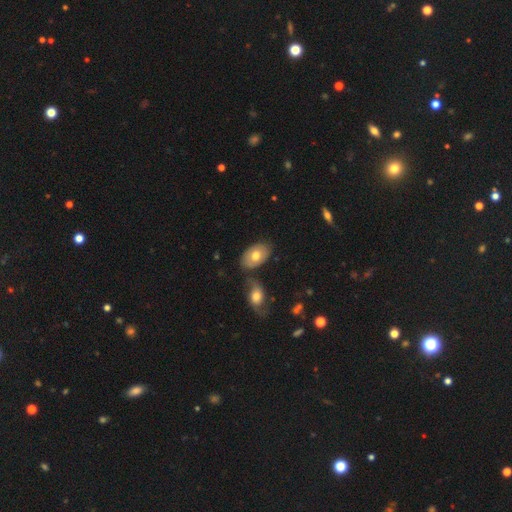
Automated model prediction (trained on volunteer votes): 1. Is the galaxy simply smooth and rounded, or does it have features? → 65% smooth, 29% featured or disk, 6% star or artifact.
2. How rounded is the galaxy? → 91% in between, 8% round, 1% cigar-shaped.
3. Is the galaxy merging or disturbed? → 66% none, 16% merger, 14% minor disturbance, 4% major disturbance.